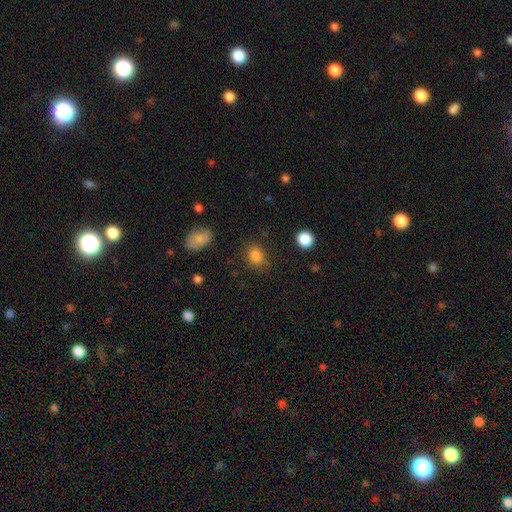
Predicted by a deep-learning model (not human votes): Q: Smooth or featured?
A: smooth (84%); runner-up: star or artifact (11%)
Q: How rounded?
A: in between (56%); runner-up: round (43%)
Q: Merging?
A: none (73%); runner-up: minor disturbance (19%)